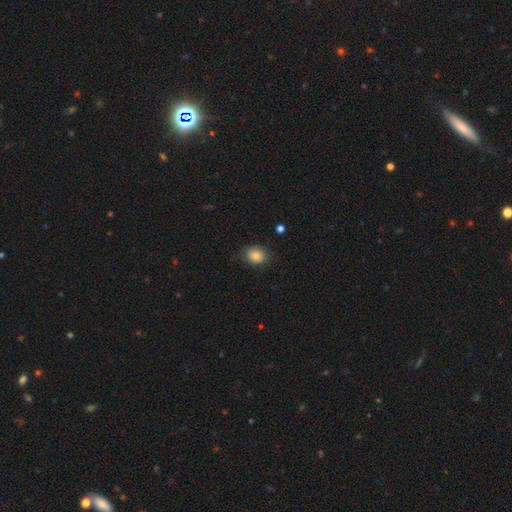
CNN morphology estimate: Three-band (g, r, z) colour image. It shows a smooth galaxy with no disk features (84%) that is round (59%). Merging: none (78%).